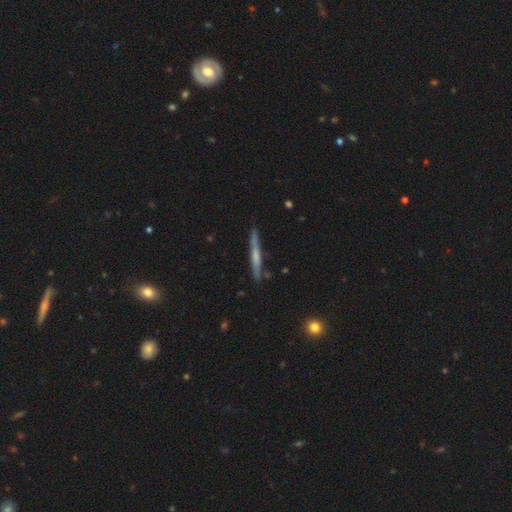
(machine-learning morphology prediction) Smooth or featured? featured or disk (54%)
Edge-on disk? yes (95%)
Edge-on bulge? none (53%)
Merging? none (85%)